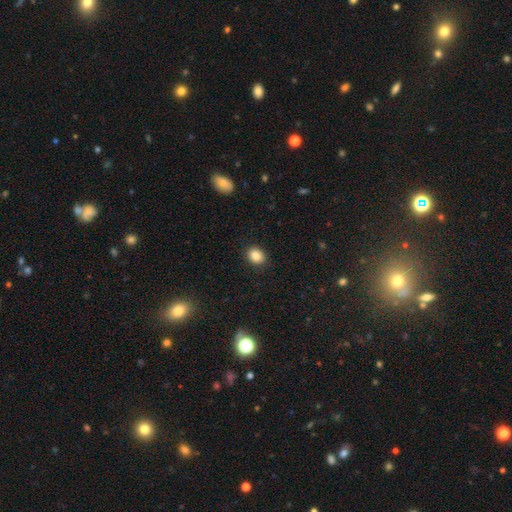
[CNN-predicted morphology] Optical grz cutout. It shows a smooth galaxy with no disk features (87%) that is round (52%). Merging: none (89%).